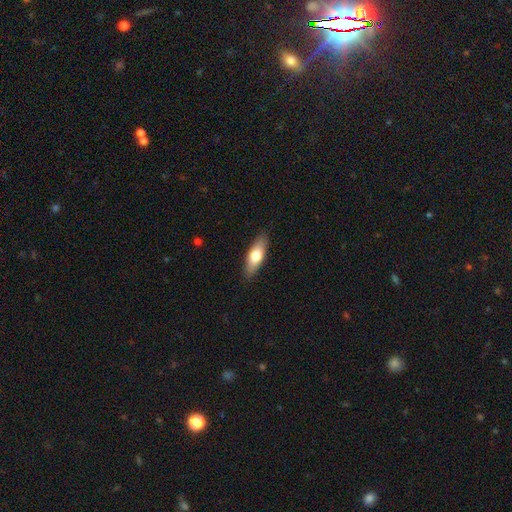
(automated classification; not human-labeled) Q: Smooth or featured?
A: smooth (69%); runner-up: featured or disk (26%)
Q: How rounded?
A: in between (64%); runner-up: cigar-shaped (34%)
Q: Merging?
A: none (87%); runner-up: minor disturbance (10%)